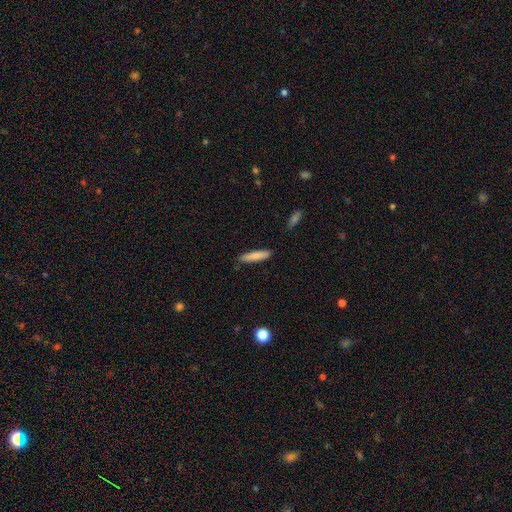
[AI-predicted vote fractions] A smooth galaxy with no disk features (83%) that is cigar-shaped (83%).

Vote fractions:
- Smooth or featured? smooth: 83% / featured or disk: 11% / star or artifact: 6%
- How rounded? cigar-shaped: 83% / in between: 15% / round: 1%
- Merging? none: 87% / minor disturbance: 9% / major disturbance: 2% / merger: 2%